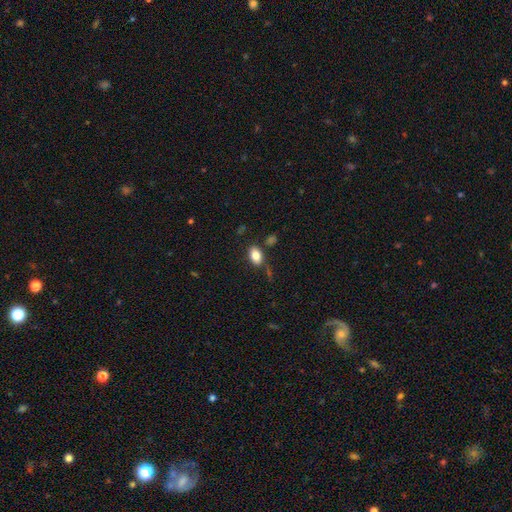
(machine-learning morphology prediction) This appears to be a smooth galaxy with no disk features (83%) that is in between round and cigar-shaped (89%). Merging: none (75%).